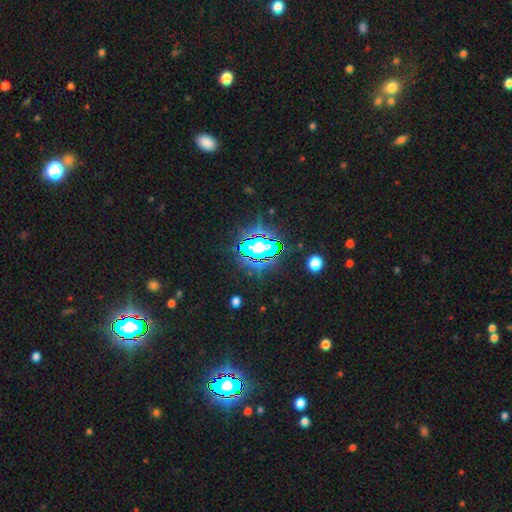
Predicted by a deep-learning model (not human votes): A star or artifact, not a galaxy (82%).

Vote fractions:
- Smooth or featured? star or artifact: 82% / smooth: 10% / featured or disk: 8%